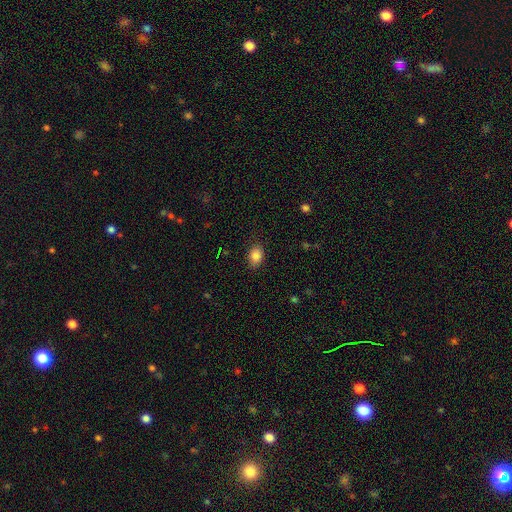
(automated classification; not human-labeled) smooth-or-featured: smooth: 86% | star or artifact: 9% | featured or disk: 5%
  how-rounded: in between: 79% | round: 20% | cigar-shaped: 1%
  merging: none: 85% | minor disturbance: 11% | major disturbance: 3% | merger: 1%